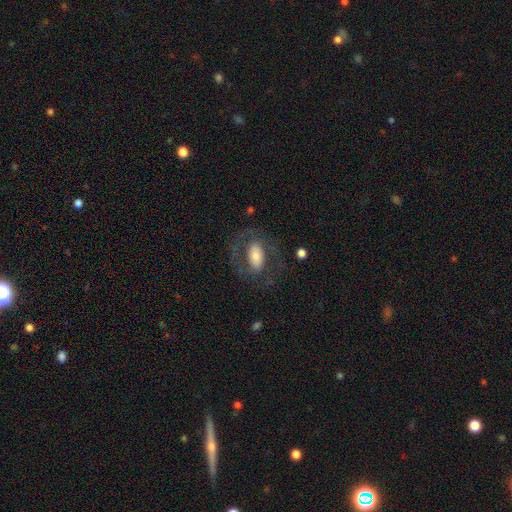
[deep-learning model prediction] smooth 50%, featured or disk 42%, star or artifact 8%. Down the decision tree: how rounded — in between (88%); merging — none (64%).